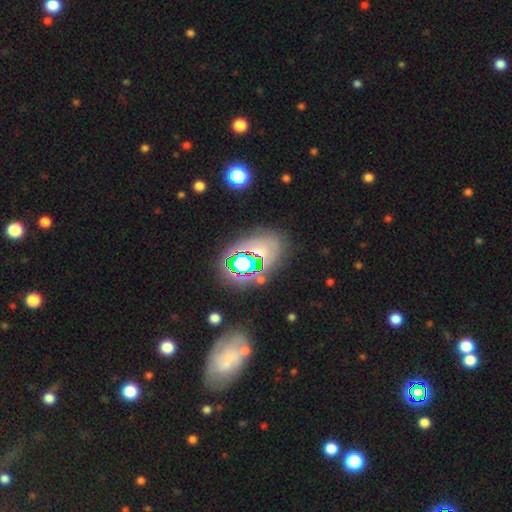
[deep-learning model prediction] Smooth or featured: star or artifact — 50% (smooth — 34%)